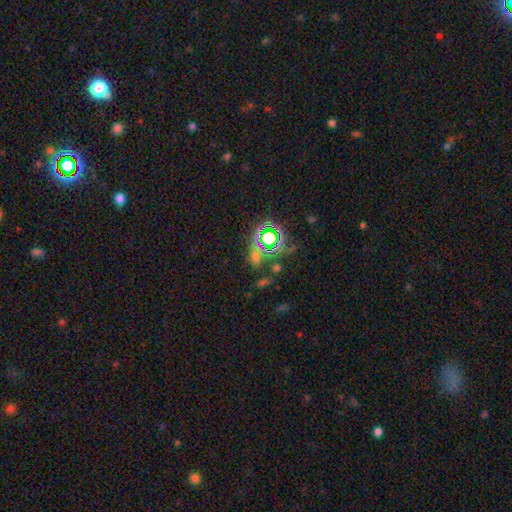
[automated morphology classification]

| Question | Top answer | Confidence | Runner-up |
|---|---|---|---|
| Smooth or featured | star or artifact | 59% | smooth (30%) |